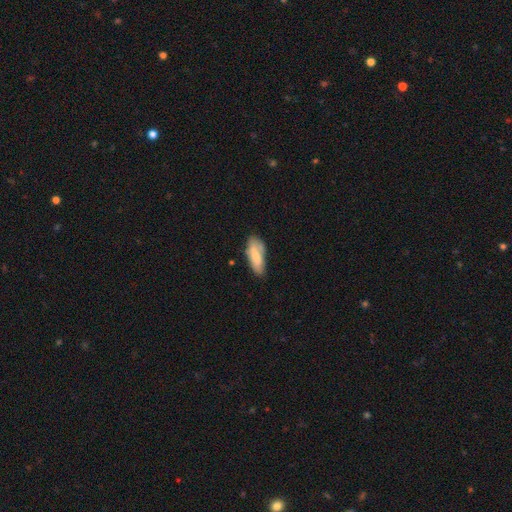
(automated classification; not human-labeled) Morphology: type=smooth (69%); roundness=in between (75%); merging=none (67%).